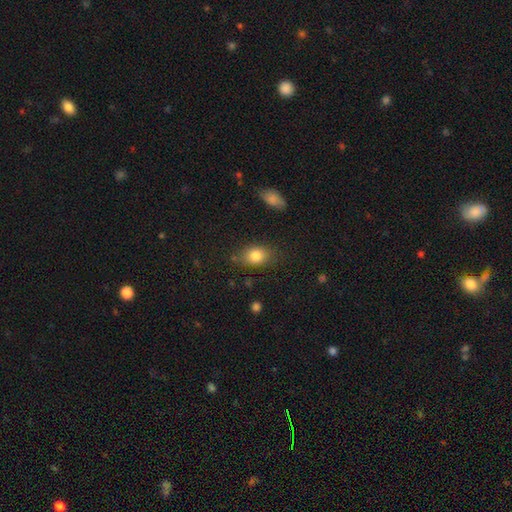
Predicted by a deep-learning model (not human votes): Smooth or featured? smooth (82%)
How rounded? in between (73%)
Merging? none (76%)